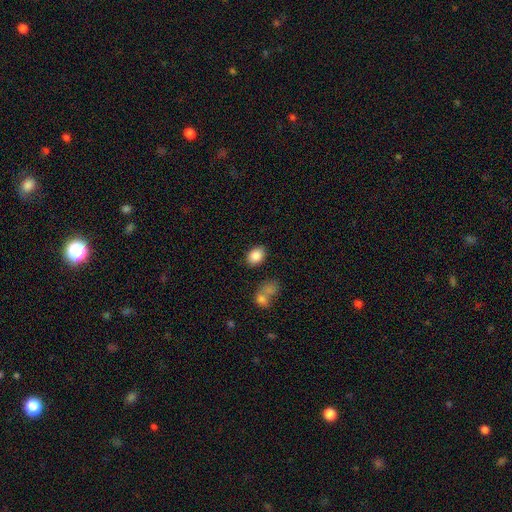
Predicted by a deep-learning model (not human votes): Smooth or featured? smooth (86%)
How rounded? in between (70%)
Merging? none (78%)